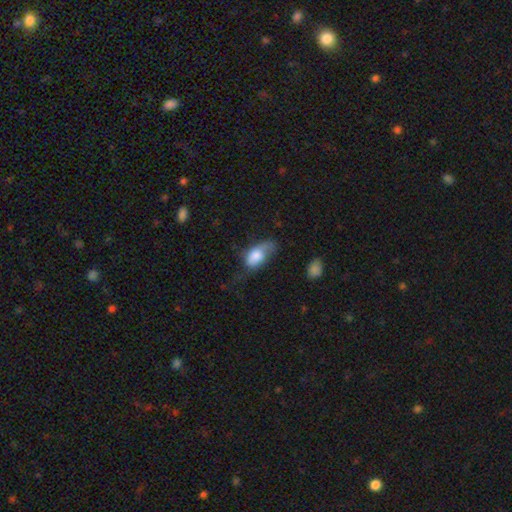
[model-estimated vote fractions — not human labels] This appears to be a smooth galaxy with no disk features (74%) that is in between round and cigar-shaped (90%). Merging: major disturbance (34%, tied with minor disturbance).